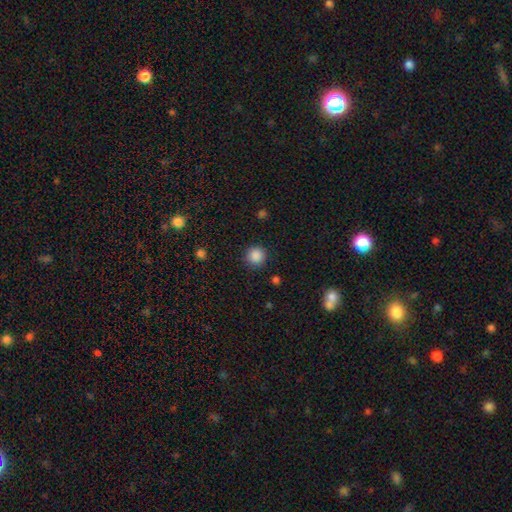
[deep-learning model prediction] This is clearly a smooth galaxy (87%). How rounded: clearly round (94%). Merging: clearly none (90%).